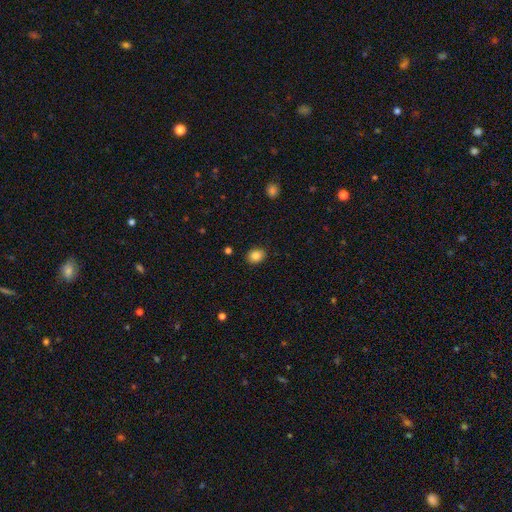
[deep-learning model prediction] A smooth galaxy with no disk features (84%) that is in between round and cigar-shaped (51%).

Vote fractions:
- Smooth or featured? smooth: 84% / star or artifact: 9% / featured or disk: 7%
- How rounded? in between: 51% / round: 48% / cigar-shaped: 1%
- Merging? none: 89% / minor disturbance: 8% / major disturbance: 2% / merger: 1%